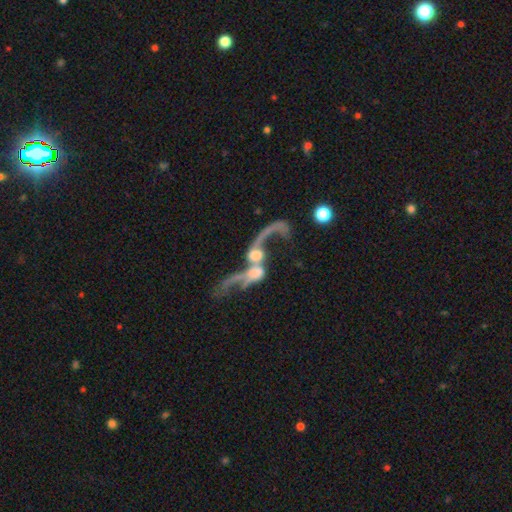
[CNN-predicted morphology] featured or disk 72%, smooth 18%, star or artifact 10%. Down the decision tree: edge-on disk — no (88%); bar — no (68%); spiral arms — yes (69%); bulge size — moderate (35%); merging — merger (67%).